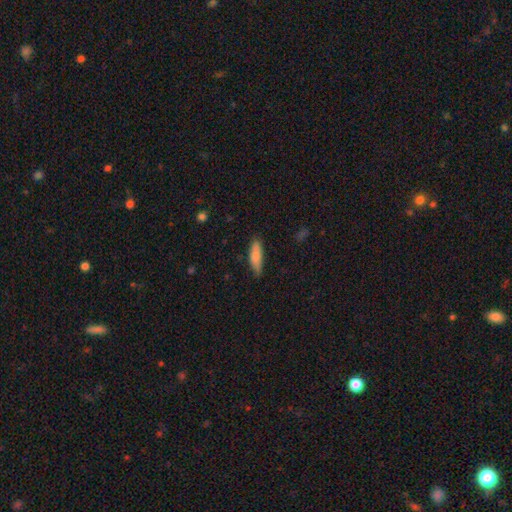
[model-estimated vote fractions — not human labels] This appears to be a smooth galaxy with no disk features (83%) that is cigar-shaped (53%). Merging: none (77%).